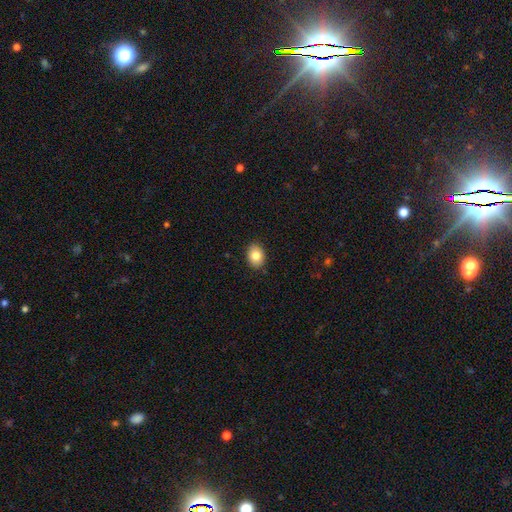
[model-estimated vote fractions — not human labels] A smooth galaxy with no disk features (83%) that is in between round and cigar-shaped (56%). Merging: none (88%).